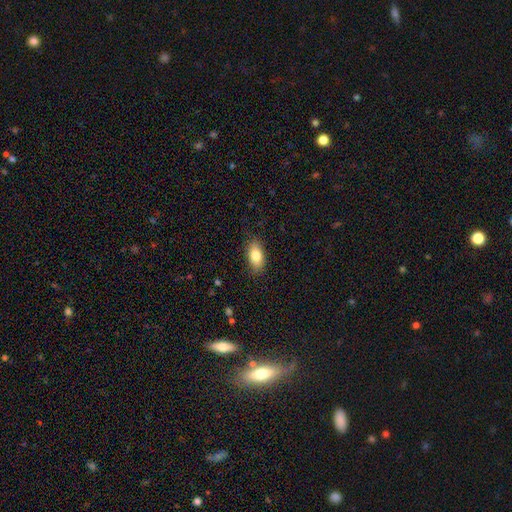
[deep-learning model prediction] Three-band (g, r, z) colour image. It shows a smooth galaxy with no disk features (80%) that is in between round and cigar-shaped (89%). Merging: none (85%).